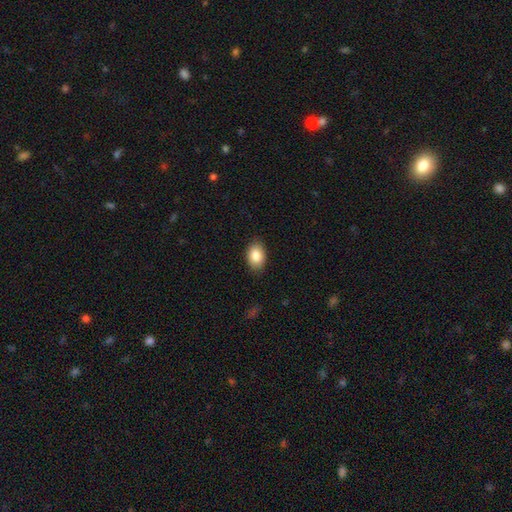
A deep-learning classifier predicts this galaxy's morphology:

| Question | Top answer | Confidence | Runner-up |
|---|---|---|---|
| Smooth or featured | smooth | 86% | star or artifact (7%) |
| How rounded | in between | 86% | round (13%) |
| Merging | none | 86% | minor disturbance (11%) |